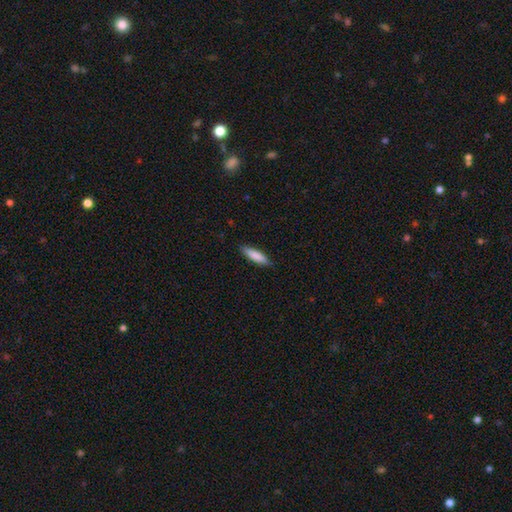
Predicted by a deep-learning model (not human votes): Overall: smooth (83%). How rounded: cigar-shaped (69%; in between 29%). Merging: none (86%).